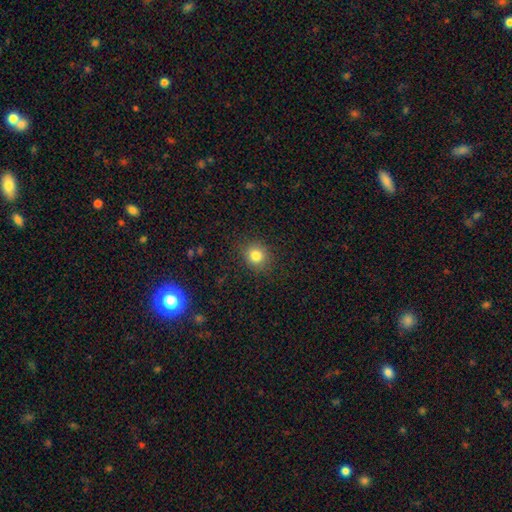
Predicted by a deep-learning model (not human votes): The model was most divided on "how rounded": round: 83%, in between: 16%, cigar-shaped: 1%. More confident: merging — none (87%); smooth or featured — smooth (81%).